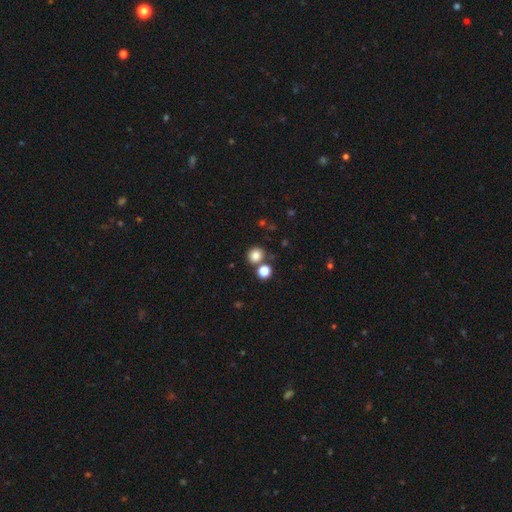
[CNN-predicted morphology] Overall: smooth (81%). How rounded: round (87%). Merging: none (73%).